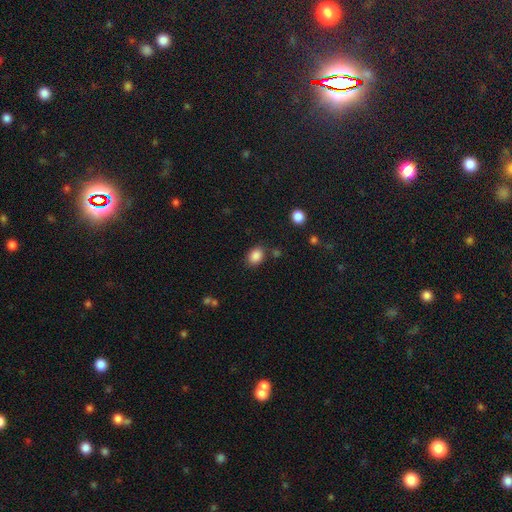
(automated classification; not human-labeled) This appears to be a smooth galaxy with no disk features (87%) that is in between round and cigar-shaped (67%). Merging: none (79%).